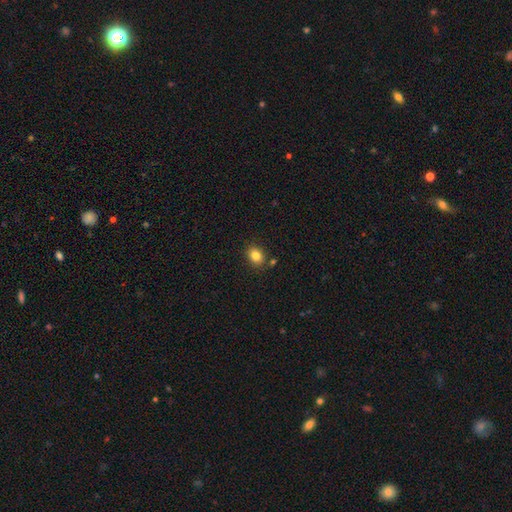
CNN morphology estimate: smooth_or_featured: smooth (p=0.83) [alt: star or artifact p=0.10]
how_rounded: in between (p=0.52) [alt: round p=0.47]
merging: none (p=0.83) [alt: minor disturbance p=0.10]